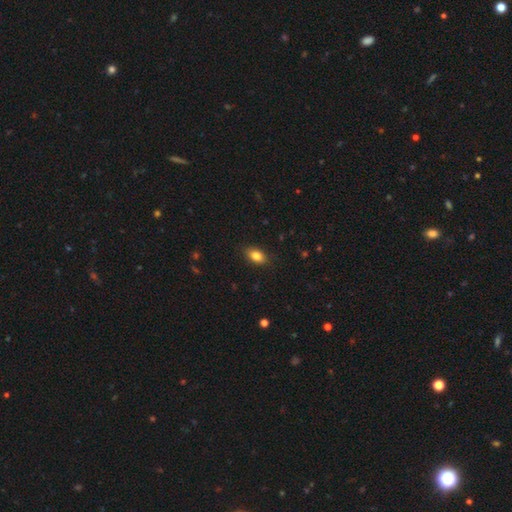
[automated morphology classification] Smooth or featured: smooth — 84% (star or artifact — 9%)
How rounded: in between — 87% (round — 9%)
Merging: none — 88% (minor disturbance — 9%)